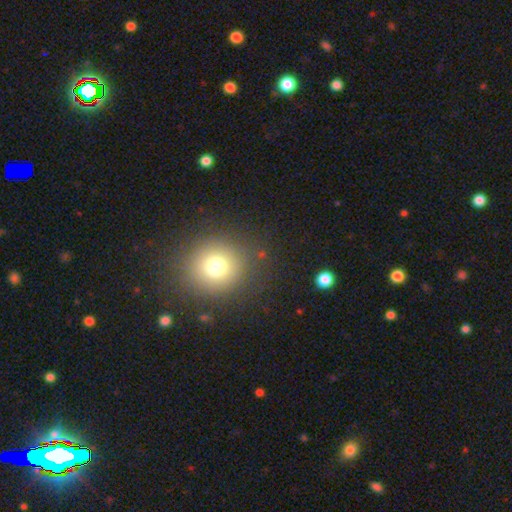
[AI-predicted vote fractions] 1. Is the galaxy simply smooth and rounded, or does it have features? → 70% smooth, 21% star or artifact, 9% featured or disk.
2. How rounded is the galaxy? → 88% round, 11% in between, 1% cigar-shaped.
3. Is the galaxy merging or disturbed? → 89% none, 7% minor disturbance, 3% major disturbance, 2% merger.